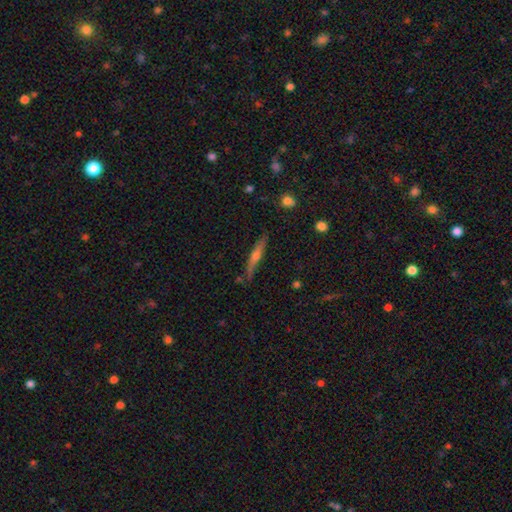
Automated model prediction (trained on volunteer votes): Morphology: type=featured or disk (58%); edge-on=yes (94%); edge-on bulge=rounded (77%); merging=none (80%).